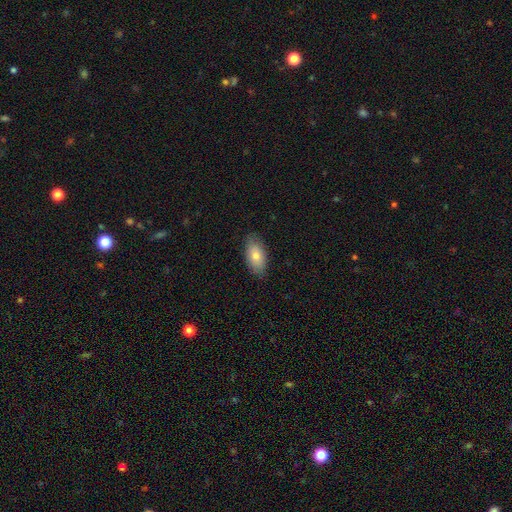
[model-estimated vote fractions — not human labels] Smooth or featured: smooth — 76% (featured or disk — 17%)
How rounded: in between — 92% (cigar-shaped — 4%)
Merging: none — 85% (minor disturbance — 12%)